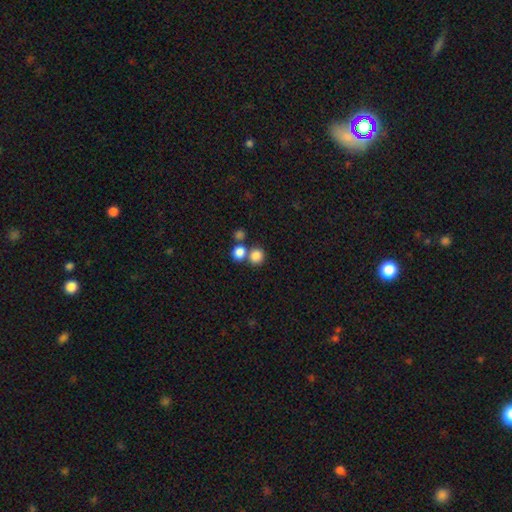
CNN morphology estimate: A smooth galaxy with no disk features (83%) that is round (87%). Merging: none (58%).